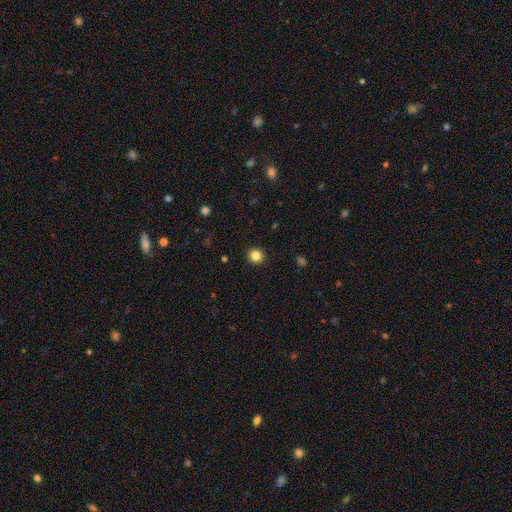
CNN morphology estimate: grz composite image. It shows a smooth galaxy with no disk features (84%) that is round (92%). Merging: none (93%).